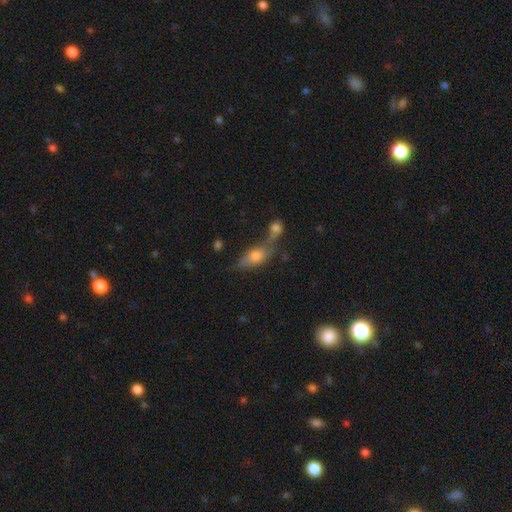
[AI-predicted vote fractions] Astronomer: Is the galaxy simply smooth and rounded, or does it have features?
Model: smooth — 54% (runner-up: featured or disk, 35%).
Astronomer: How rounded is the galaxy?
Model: in between — 68%.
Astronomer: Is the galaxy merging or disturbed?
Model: none — 45% (runner-up: merger, 31%).